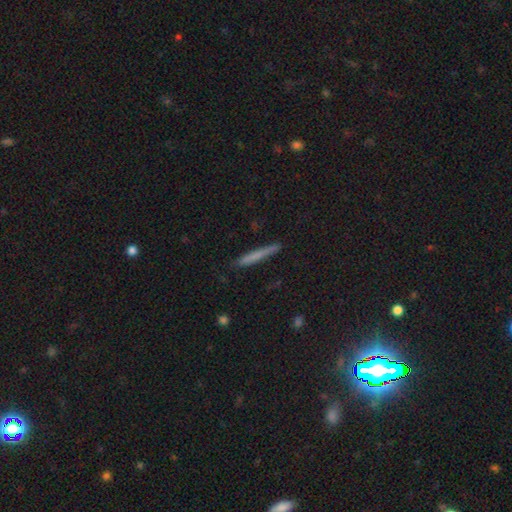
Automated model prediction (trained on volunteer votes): This appears to be a smooth galaxy with no disk features (68%) that is cigar-shaped (96%). Merging: none (87%).